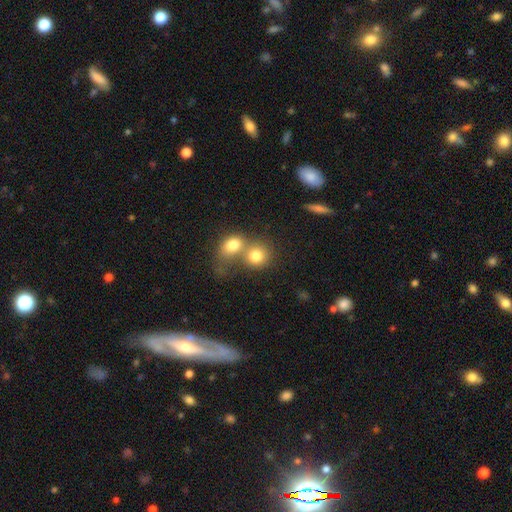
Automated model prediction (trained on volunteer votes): Morphology: type=smooth (79%); roundness=round (74%); merging=merger (60%).